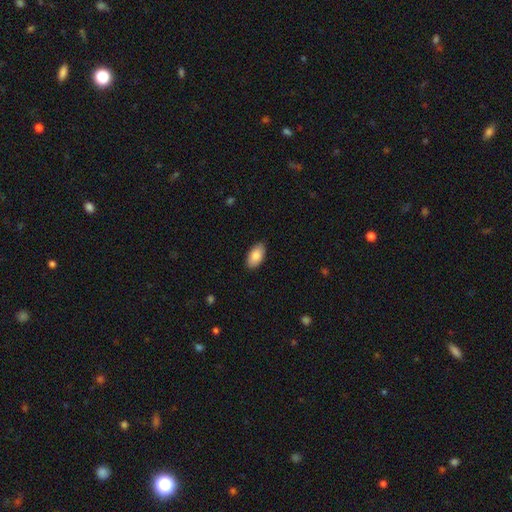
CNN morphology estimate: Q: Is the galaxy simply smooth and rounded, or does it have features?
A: smooth — 86%.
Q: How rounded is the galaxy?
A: in between — 95%.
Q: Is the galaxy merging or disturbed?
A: none — 88%.